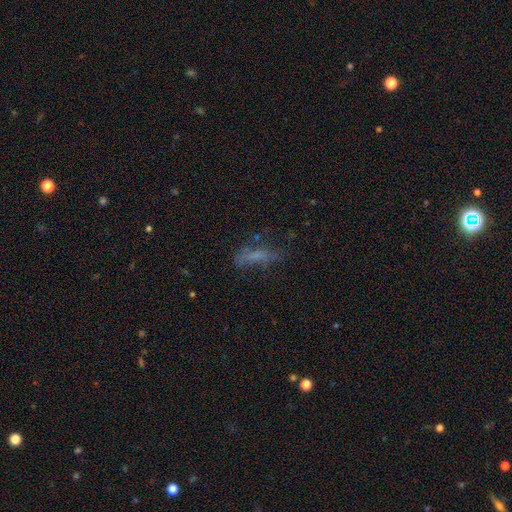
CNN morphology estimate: Smooth or featured? smooth (55%)
How rounded? cigar-shaped (50%)
Merging? none (46%)